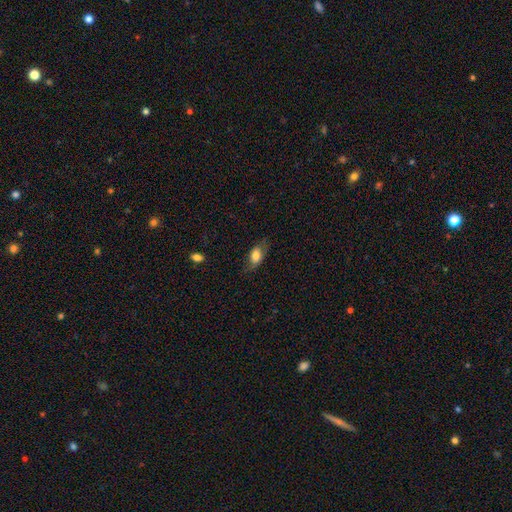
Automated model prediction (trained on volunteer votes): The model was most divided on "merging": none: 63%, minor disturbance: 24%, major disturbance: 11%, merger: 1%. More confident: how rounded — in between (86%); smooth or featured — smooth (66%).